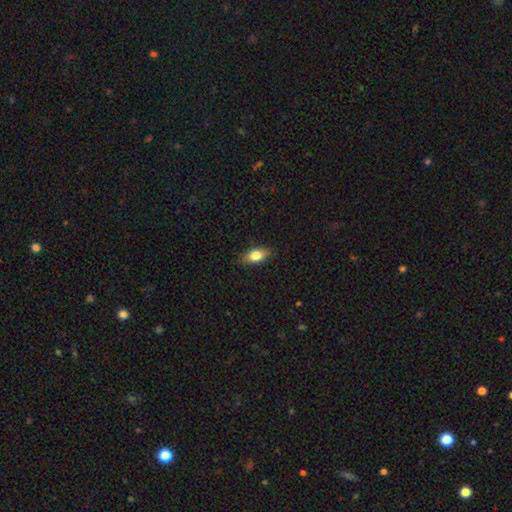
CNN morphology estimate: This is clearly a smooth galaxy (80%). How rounded: clearly in between (86%). Merging: clearly none (86%).